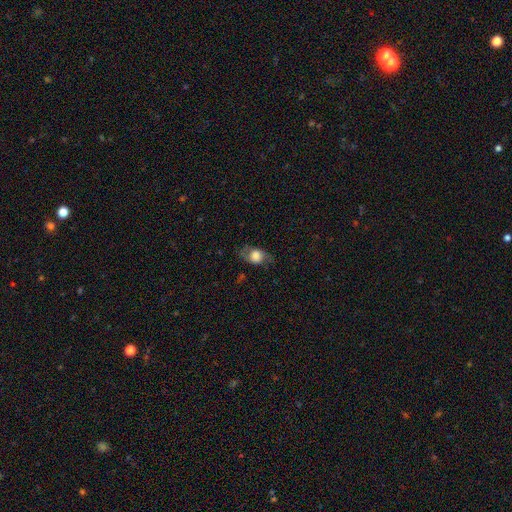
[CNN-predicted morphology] smooth 55%, featured or disk 36%, star or artifact 9%. Down the decision tree: how rounded — in between (65%); merging — none (66%).